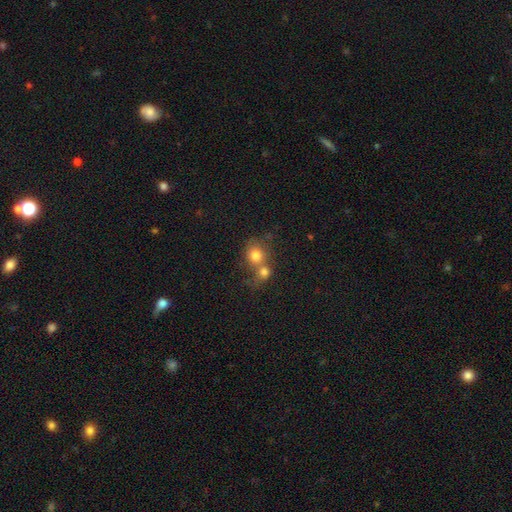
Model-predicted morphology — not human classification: smooth_or_featured: smooth (p=0.76) [alt: featured or disk p=0.13]
how_rounded: round (p=0.78) [alt: in between p=0.21]
merging: merger (p=0.60) [alt: none p=0.29]